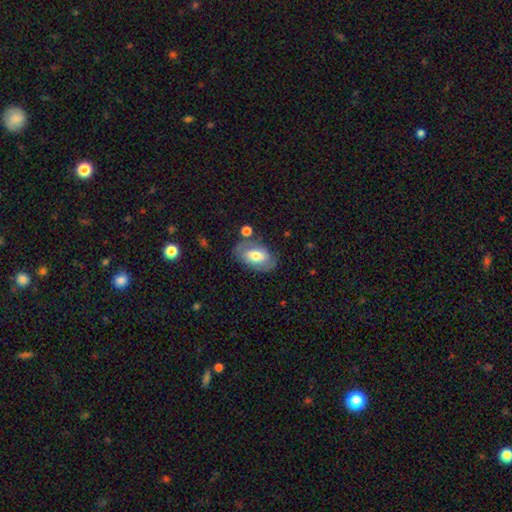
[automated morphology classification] This appears to be a smooth galaxy with no disk features (52%) that is in between round and cigar-shaped (91%). Merging: none (68%).